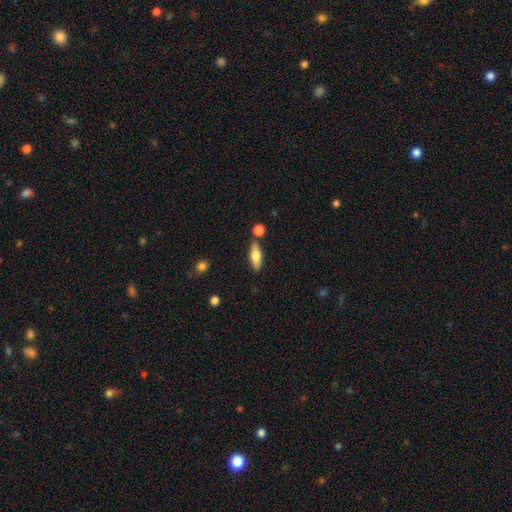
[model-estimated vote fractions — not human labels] Smooth or featured? Predicted: smooth (p=0.64). How rounded? Predicted: in between (p=0.57). Merging? Predicted: none (p=0.79).